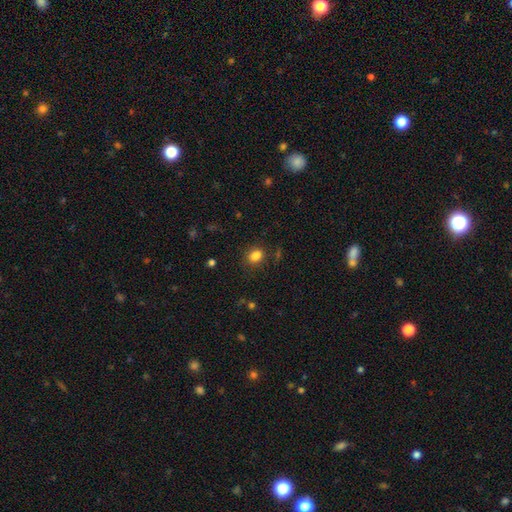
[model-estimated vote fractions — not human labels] smooth_or_featured: smooth (p=0.83) [alt: star or artifact p=0.12]
how_rounded: round (p=0.51) [alt: in between p=0.48]
merging: none (p=0.81) [alt: minor disturbance p=0.12]